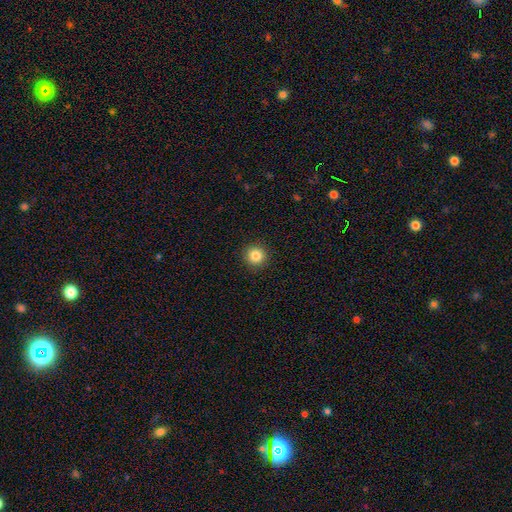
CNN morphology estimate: Overall: smooth (85%). How rounded: round (95%). Merging: none (92%).